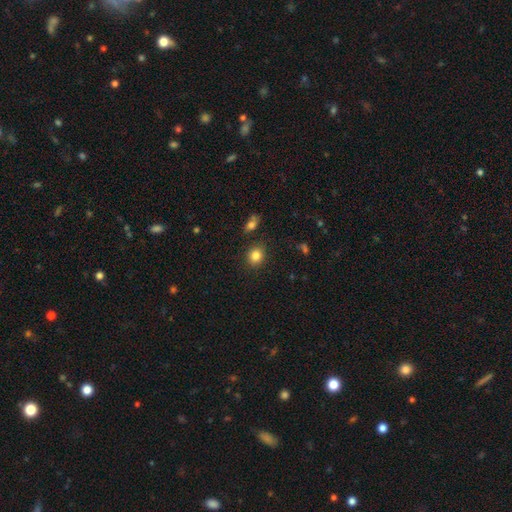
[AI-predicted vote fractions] Overall: smooth (83%). How rounded: round (70%). Merging: none (86%).